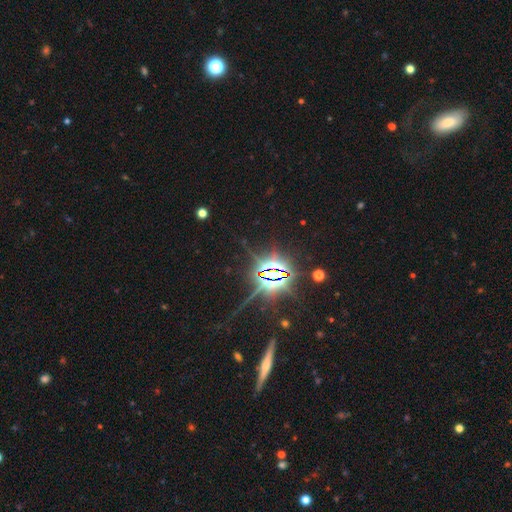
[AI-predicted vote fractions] The model was most divided on "smooth or featured": star or artifact: 81%, featured or disk: 10%, smooth: 9%.